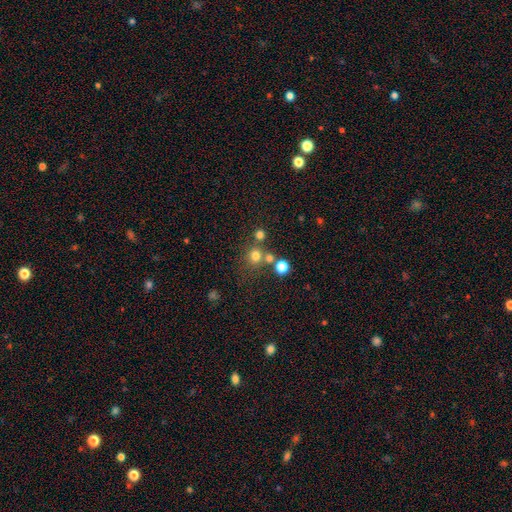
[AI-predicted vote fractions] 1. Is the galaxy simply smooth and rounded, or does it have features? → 73% smooth, 19% star or artifact, 9% featured or disk.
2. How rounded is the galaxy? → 88% round, 11% in between, 1% cigar-shaped.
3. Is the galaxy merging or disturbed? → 64% none, 23% merger, 8% minor disturbance, 4% major disturbance.